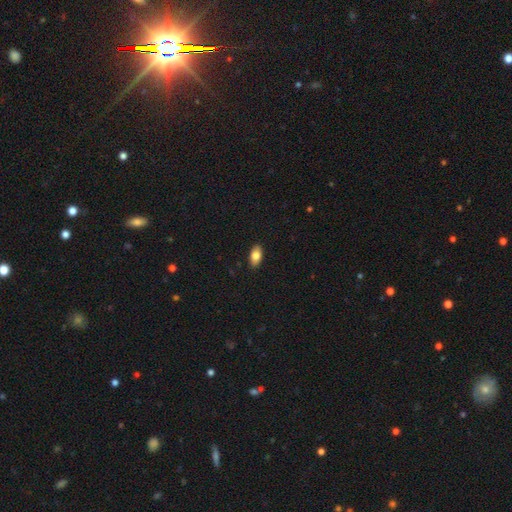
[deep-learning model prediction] smooth-or-featured: smooth: 81% | featured or disk: 12% | star or artifact: 7%
  how-rounded: in between: 91% | cigar-shaped: 5% | round: 4%
  merging: none: 90% | minor disturbance: 8% | major disturbance: 2% | merger: 1%